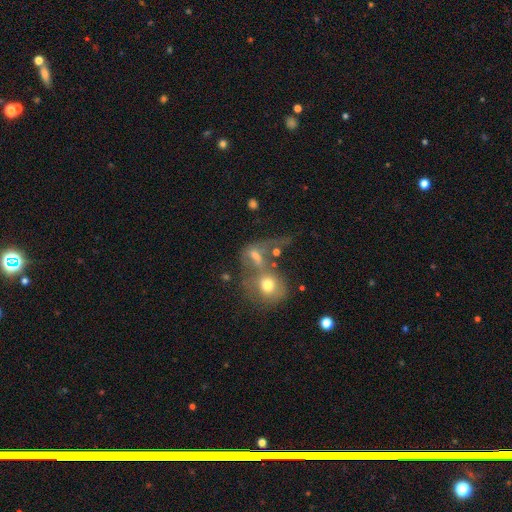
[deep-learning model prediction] This appears to be a smooth galaxy with no disk features (52%) that is in between round and cigar-shaped (58%). Merging: merger (58%).